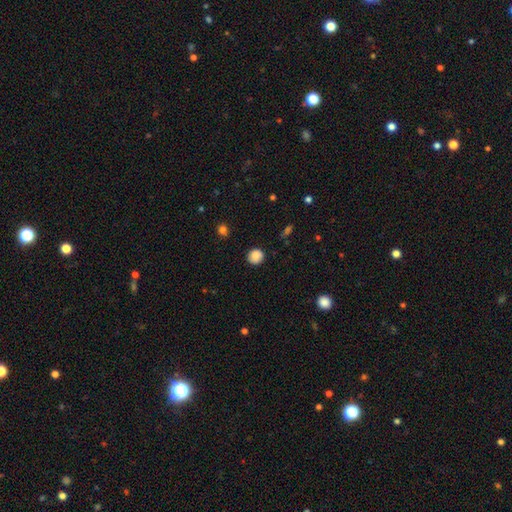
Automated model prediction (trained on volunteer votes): This appears to be a smooth galaxy with no disk features (86%) that is round (89%). Merging: none (87%).